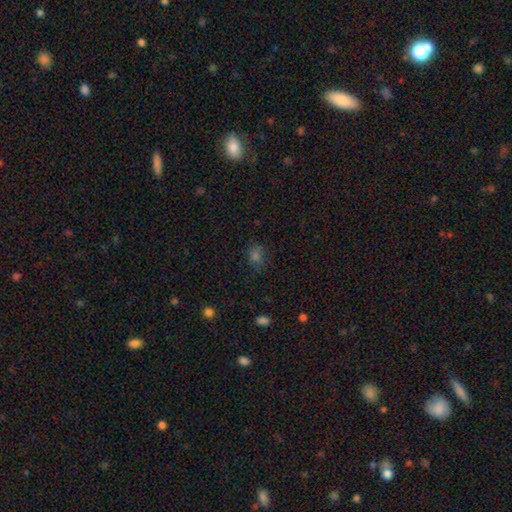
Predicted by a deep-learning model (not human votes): Smooth or featured?
  - smooth: 66% *
  - star or artifact: 26%
  - featured or disk: 8%
How rounded?
  - round: 54% *
  - in between: 45%
  - cigar-shaped: 2%
Merging?
  - none: 75% *
  - minor disturbance: 18%
  - major disturbance: 6%
  - merger: 2%